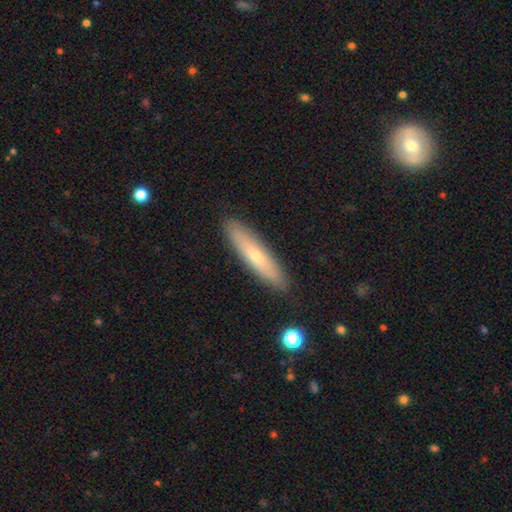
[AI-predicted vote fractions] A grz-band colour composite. It shows a smooth galaxy with no disk features (59%) that is cigar-shaped (81%). Merging: none (88%).